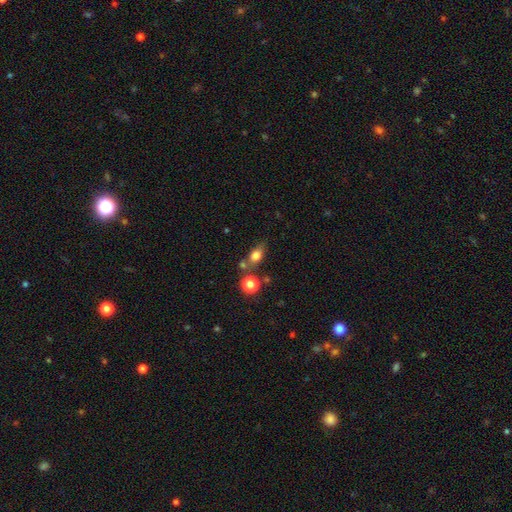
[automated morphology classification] Overall: smooth (76%). How rounded: in between (66%; round 27%). Merging: none (55%; merger 21%).